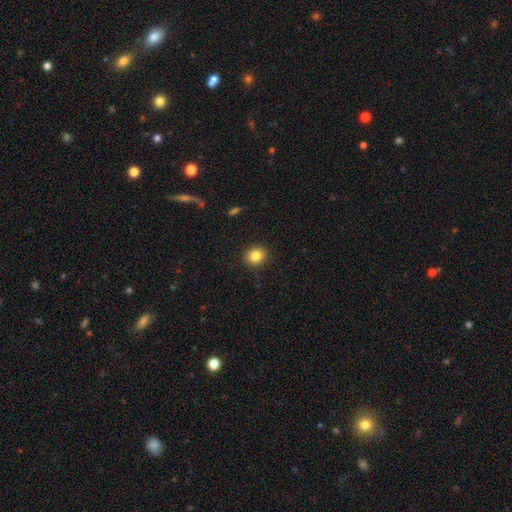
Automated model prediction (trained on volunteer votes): Smooth or featured: smooth — 85% (star or artifact — 10%)
How rounded: round — 78% (in between — 21%)
Merging: none — 90% (minor disturbance — 7%)